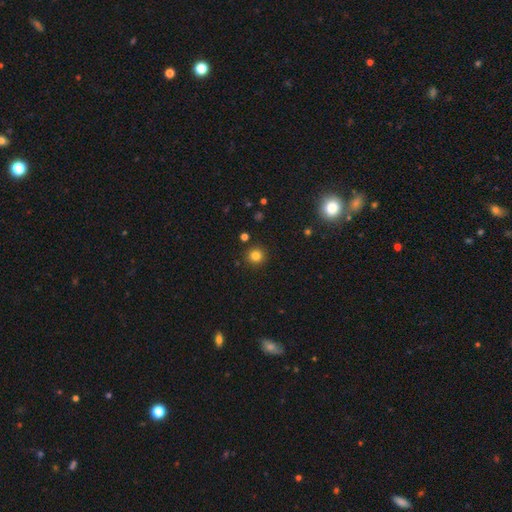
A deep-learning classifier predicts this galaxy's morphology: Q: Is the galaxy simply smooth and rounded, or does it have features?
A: smooth — 81%.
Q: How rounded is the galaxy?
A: round — 94%.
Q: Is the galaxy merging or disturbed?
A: none — 90%.